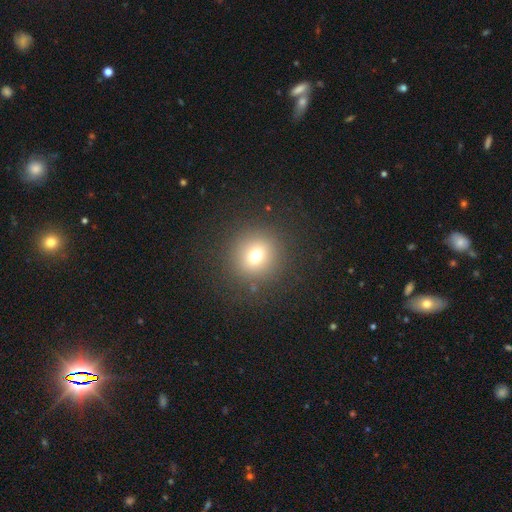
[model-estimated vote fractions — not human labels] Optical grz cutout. It shows a smooth galaxy with no disk features (71%) that is round (89%). Merging: none (88%).